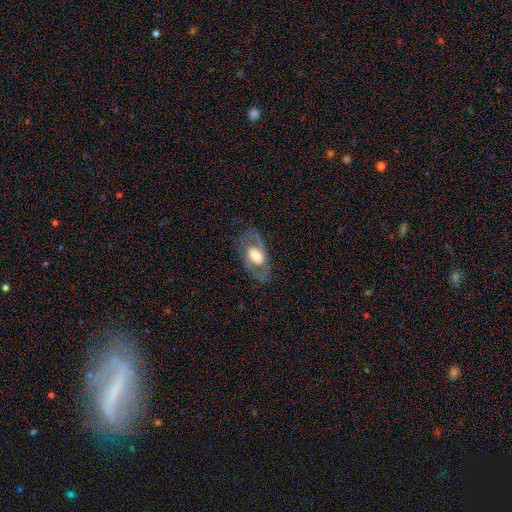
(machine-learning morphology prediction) smooth-or-featured: featured or disk: 61% | smooth: 32% | star or artifact: 7%
  disk-edge-on: no: 90% | yes: 10%
    bar: no: 59% | weak: 31% | strong: 10%
    has-spiral-arms: yes: 57% | no: 43%
    bulge-size: large: 50% | moderate: 34% | small: 7% | dominant: 7% | none: 2%
  merging: none: 69% | minor disturbance: 17% | major disturbance: 13% | merger: 1%